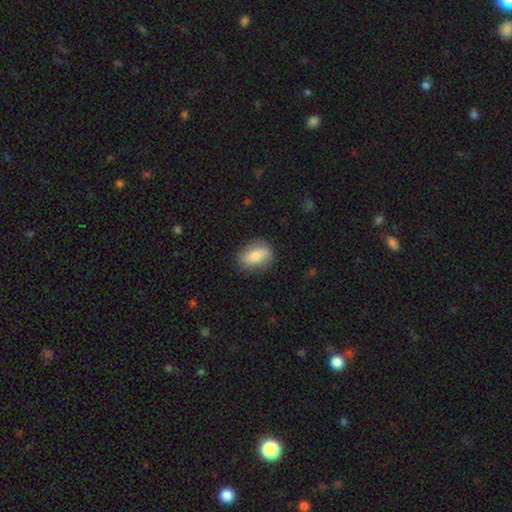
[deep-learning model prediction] Smooth or featured: smooth — 70% (featured or disk — 24%)
How rounded: in between — 77% (round — 14%)
Merging: none — 82% (minor disturbance — 13%)